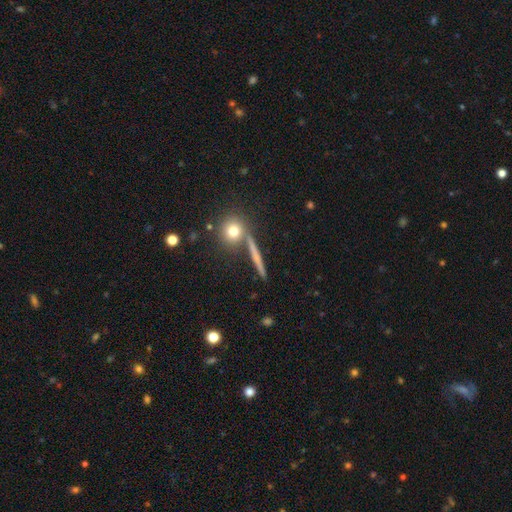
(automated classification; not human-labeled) Morphology: type=smooth (48%); merging=none (82%).